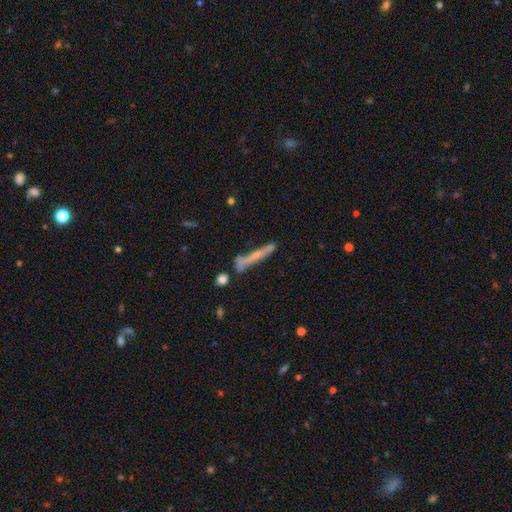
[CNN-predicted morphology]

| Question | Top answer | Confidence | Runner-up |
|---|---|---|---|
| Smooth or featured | smooth | 47% | featured or disk (46%) |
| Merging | none | 57% | minor disturbance (22%) |